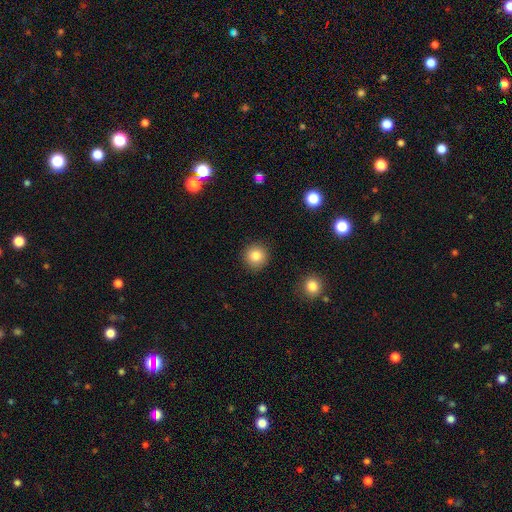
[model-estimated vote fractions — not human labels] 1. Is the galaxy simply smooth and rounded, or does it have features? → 83% smooth, 10% star or artifact, 6% featured or disk.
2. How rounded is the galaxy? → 93% round, 6% in between, 1% cigar-shaped.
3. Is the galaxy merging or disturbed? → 91% none, 6% minor disturbance, 2% major disturbance, 1% merger.